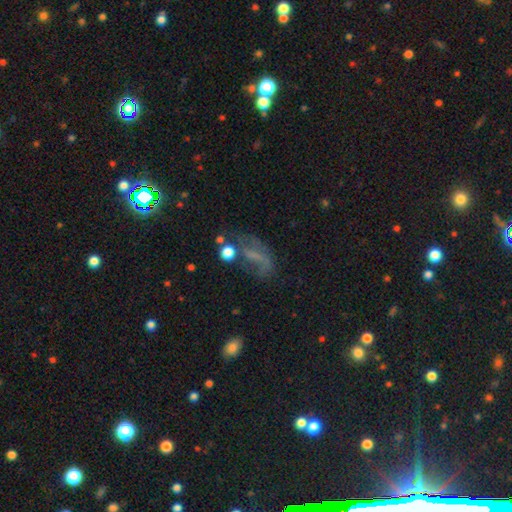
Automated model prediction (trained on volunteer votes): featured or disk 42%, smooth 31%, star or artifact 26%. Down the decision tree: merging — major disturbance (36%, tied with none).